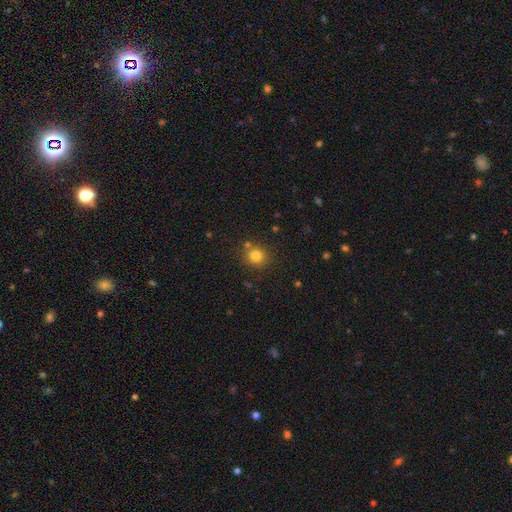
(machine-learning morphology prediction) Smooth or featured? Predicted: smooth (p=0.80). How rounded? Predicted: round (p=0.87). Merging? Predicted: none (p=0.79).